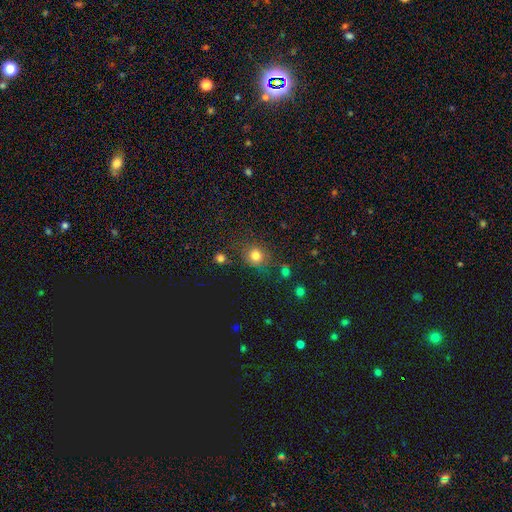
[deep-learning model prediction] Morphology: type=smooth (80%); roundness=round (85%); merging=none (79%).